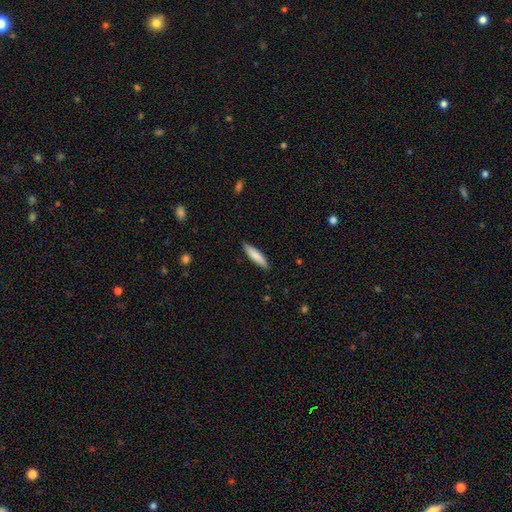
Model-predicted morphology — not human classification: This is clearly a smooth galaxy (83%). How rounded: likely cigar-shaped (79%). Merging: clearly none (89%).